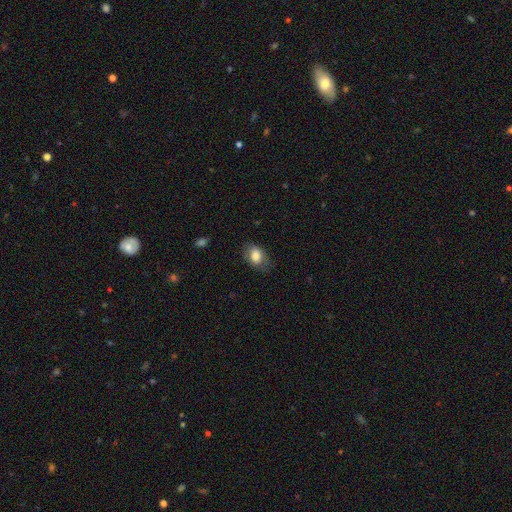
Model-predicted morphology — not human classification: smooth_or_featured: smooth (p=0.79) [alt: featured or disk p=0.14]
how_rounded: in between (p=0.83) [alt: round p=0.15]
merging: none (p=0.72) [alt: minor disturbance p=0.20]